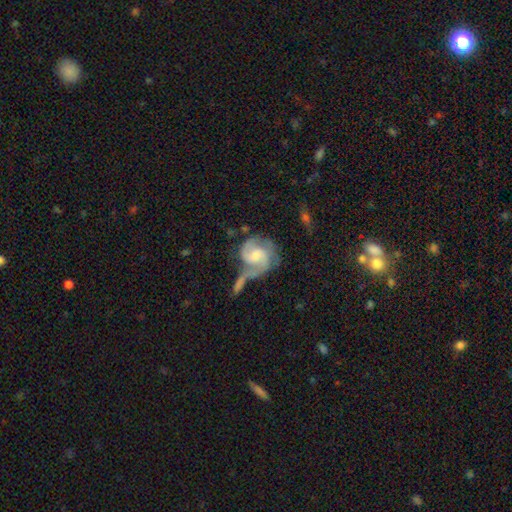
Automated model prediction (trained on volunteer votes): Smooth or featured? featured or disk (79%)
Edge-on disk? no (98%)
Bar? no (52%)
Spiral arms? yes (93%)
Spiral winding? medium (47%)
Spiral arm count? 2 (61%)
Bulge size? moderate (49%)
Merging? none (31%)